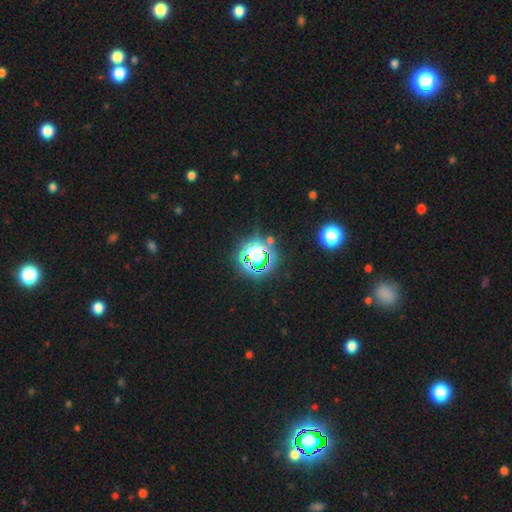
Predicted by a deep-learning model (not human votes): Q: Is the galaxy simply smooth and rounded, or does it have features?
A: star or artifact — 66%.